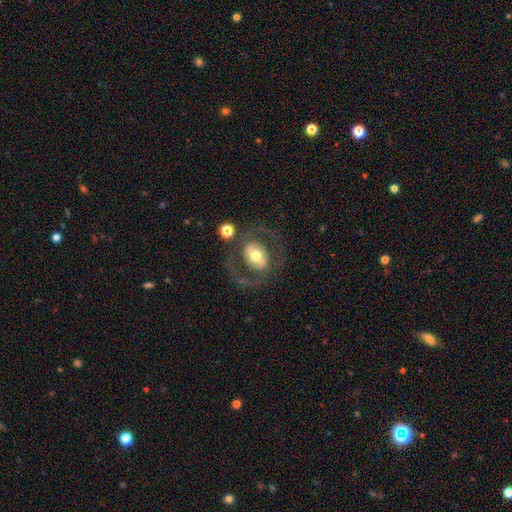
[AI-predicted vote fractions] Overall: featured or disk (63%; smooth 30%). Edge-on disk: no (95%). Bar: no (43%; weak 31%). Spiral arms: yes (54%; no 46%). Bulge size: moderate (68%). Merging: none (67%).